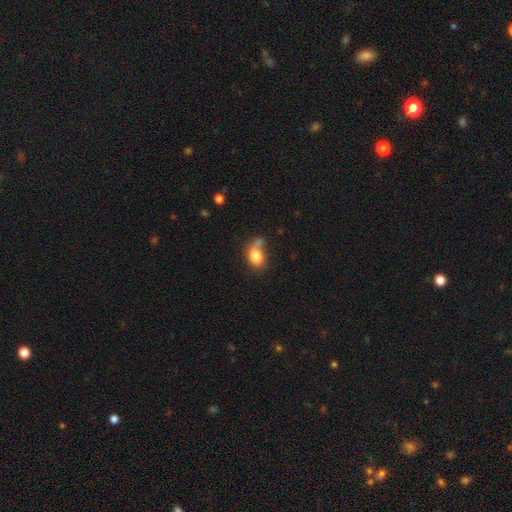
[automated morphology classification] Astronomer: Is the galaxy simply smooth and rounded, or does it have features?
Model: smooth — 80%.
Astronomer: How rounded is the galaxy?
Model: in between — 74%.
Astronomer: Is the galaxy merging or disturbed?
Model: none — 39% (runner-up: merger, 29%).